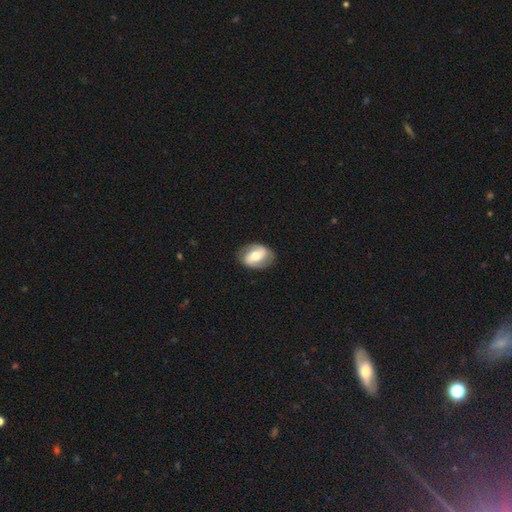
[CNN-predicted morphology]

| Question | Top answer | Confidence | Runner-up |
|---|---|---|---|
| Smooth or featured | featured or disk | 61% | smooth (33%) |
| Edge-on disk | no | 96% | yes (4%) |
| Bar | weak | 34% | tied: strong (34%) |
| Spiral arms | yes | 75% | no (25%) |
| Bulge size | moderate | 67% | small (18%) |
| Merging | none | 81% | minor disturbance (13%) |